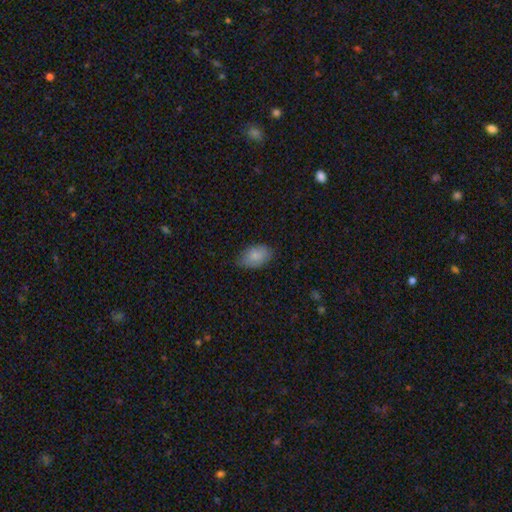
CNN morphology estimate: smooth-or-featured: smooth: 84% | featured or disk: 9% | star or artifact: 7%
  how-rounded: in between: 91% | round: 7% | cigar-shaped: 1%
  merging: none: 73% | minor disturbance: 22% | major disturbance: 4% | merger: 1%